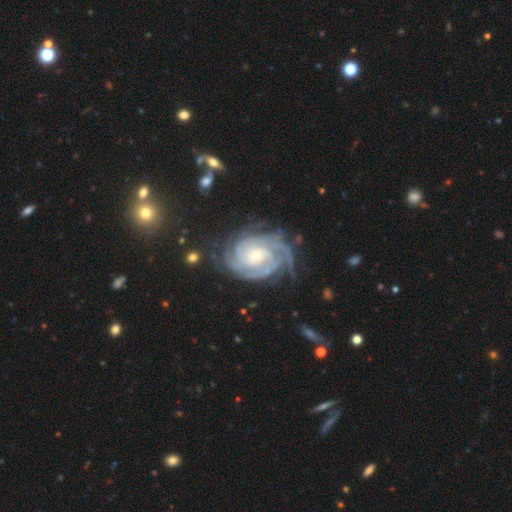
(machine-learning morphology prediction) type=featured or disk (90%); edge-on=no (98%); bar=no (68%); spiral arms=yes (98%); winding=tight (76%); arm count=3 (24%); bulge=small (64%); merging=none (69%).